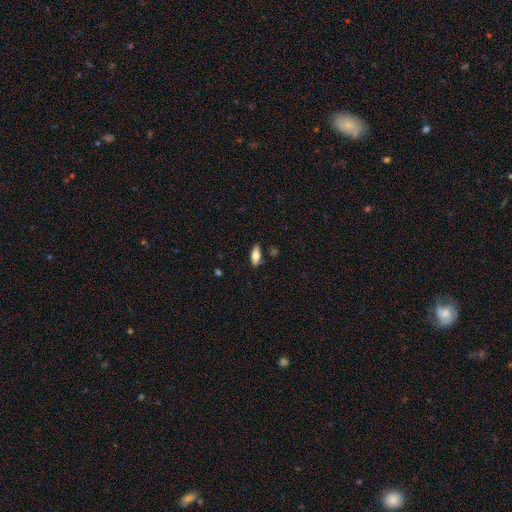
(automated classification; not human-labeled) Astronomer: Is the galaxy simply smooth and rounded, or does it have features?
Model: smooth — 69%.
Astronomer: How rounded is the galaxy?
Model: in between — 77%.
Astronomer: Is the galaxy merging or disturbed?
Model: none — 83%.